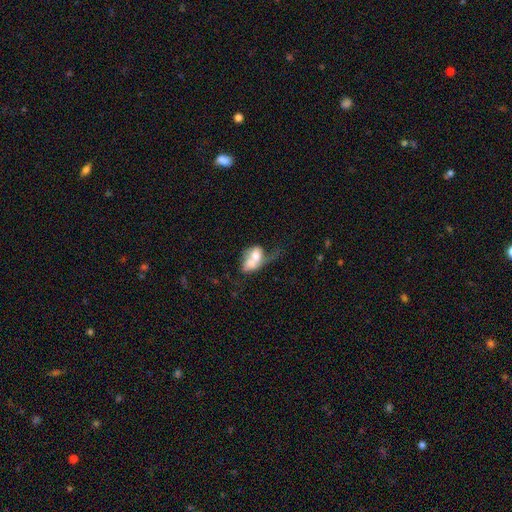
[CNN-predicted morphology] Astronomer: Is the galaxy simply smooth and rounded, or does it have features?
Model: smooth — 57% (runner-up: featured or disk, 35%).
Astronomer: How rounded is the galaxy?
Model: in between — 73%.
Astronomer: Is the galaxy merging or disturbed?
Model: merger — 58%.